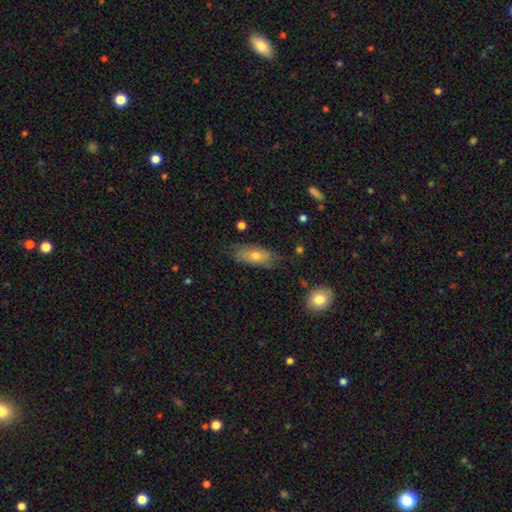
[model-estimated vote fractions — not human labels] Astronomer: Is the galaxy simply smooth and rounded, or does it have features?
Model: smooth — 60%.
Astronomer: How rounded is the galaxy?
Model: in between — 73%.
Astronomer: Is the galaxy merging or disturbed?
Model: none — 70%.